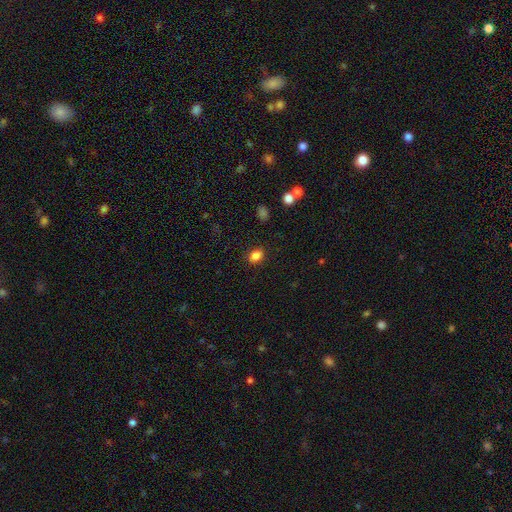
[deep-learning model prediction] Morphology: type=smooth (84%); roundness=in between (69%); merging=none (87%).